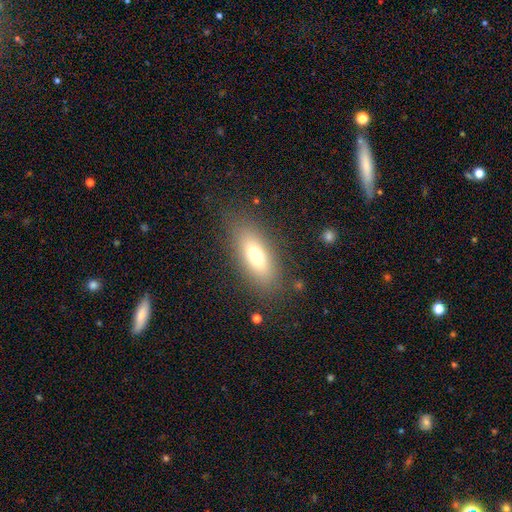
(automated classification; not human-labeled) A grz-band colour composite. It shows a smooth galaxy with no disk features (68%) that is in between round and cigar-shaped (73%). Merging: none (82%).